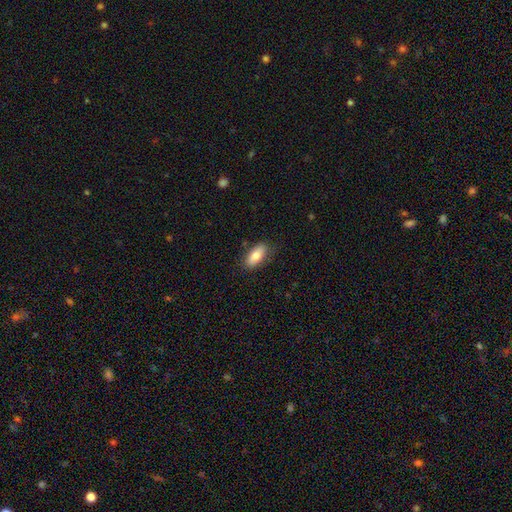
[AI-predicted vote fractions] Overall: smooth (80%). How rounded: in between (85%). Merging: none (82%).